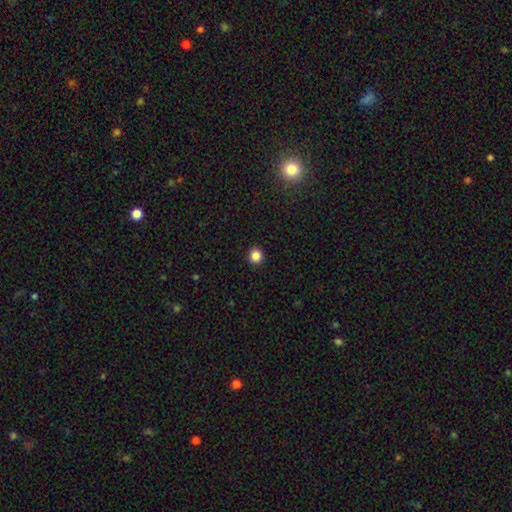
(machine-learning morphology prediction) This appears to be a smooth galaxy with no disk features (86%) that is round (91%). Merging: none (93%).